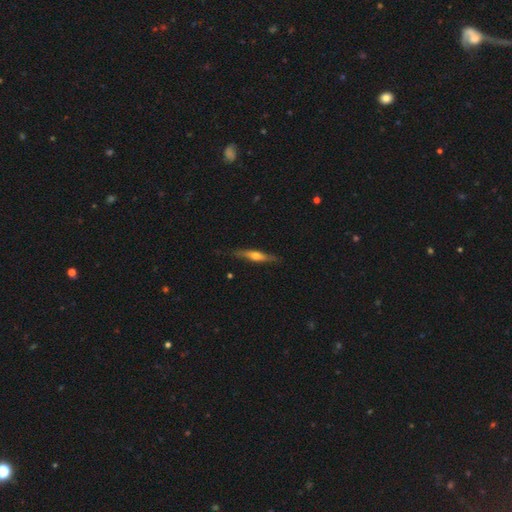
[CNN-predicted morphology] Smooth or featured: featured or disk — 55% (smooth — 39%)
Edge-on disk: yes — 92% (no — 8%)
Edge-on bulge: rounded — 87% (none — 8%)
Merging: none — 83% (minor disturbance — 13%)